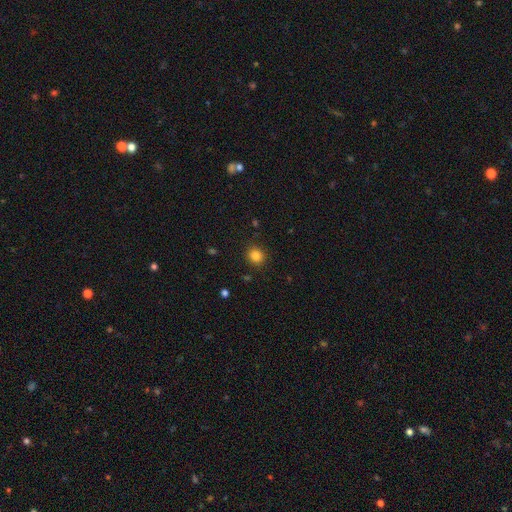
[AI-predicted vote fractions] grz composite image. It shows a smooth galaxy with no disk features (83%) that is round (86%). Merging: none (89%).